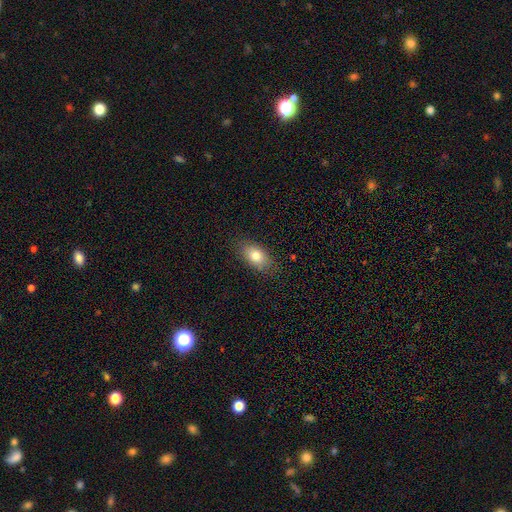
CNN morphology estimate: smooth-or-featured: smooth: 78% | featured or disk: 13% | star or artifact: 9%
  how-rounded: in between: 87% | round: 10% | cigar-shaped: 4%
  merging: none: 85% | minor disturbance: 11% | major disturbance: 3% | merger: 1%